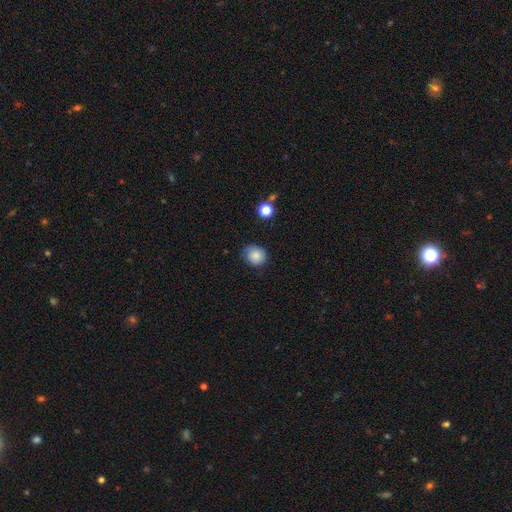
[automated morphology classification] smooth 82%, featured or disk 9%, star or artifact 9%. Down the decision tree: how rounded — round (80%); merging — none (66%).